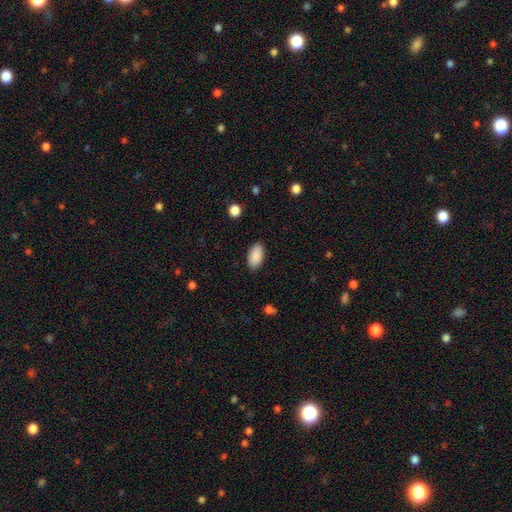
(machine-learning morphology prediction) smooth-or-featured: smooth: 90% | star or artifact: 6% | featured or disk: 4%
  how-rounded: in between: 95% | round: 3% | cigar-shaped: 2%
  merging: none: 88% | minor disturbance: 9% | major disturbance: 2% | merger: 1%